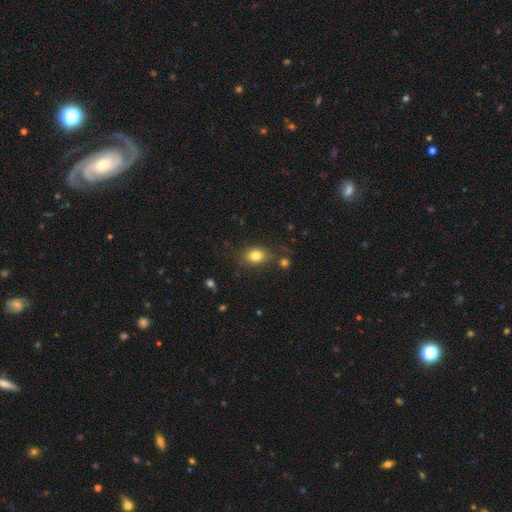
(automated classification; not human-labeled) smooth-or-featured: smooth: 81% | star or artifact: 10% | featured or disk: 8%
  how-rounded: in between: 68% | round: 31% | cigar-shaped: 1%
  merging: none: 76% | minor disturbance: 14% | merger: 6% | major disturbance: 5%